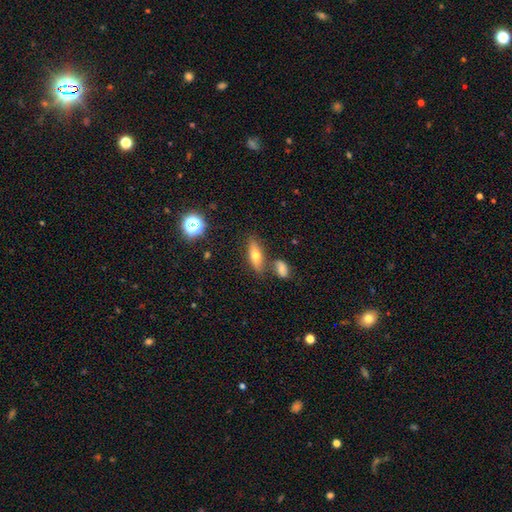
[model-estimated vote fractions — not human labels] The model was most divided on "how rounded": in between: 58%, cigar-shaped: 38%, round: 4%. More confident: merging — none (73%); smooth or featured — smooth (58%).